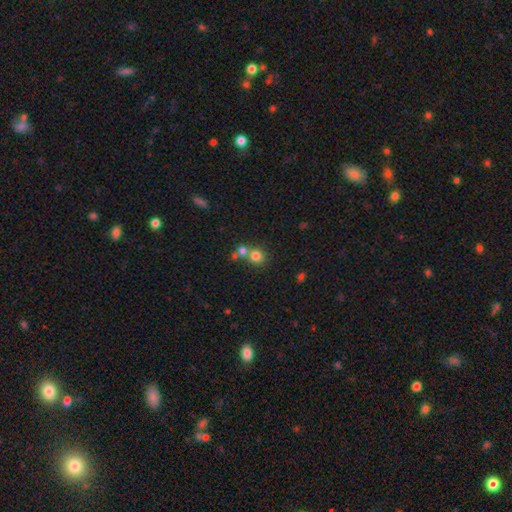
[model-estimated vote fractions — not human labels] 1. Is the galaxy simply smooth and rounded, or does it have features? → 77% smooth, 13% star or artifact, 10% featured or disk.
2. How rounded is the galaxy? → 84% round, 15% in between, 1% cigar-shaped.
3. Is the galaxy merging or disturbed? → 49% none, 41% merger, 7% minor disturbance, 3% major disturbance.